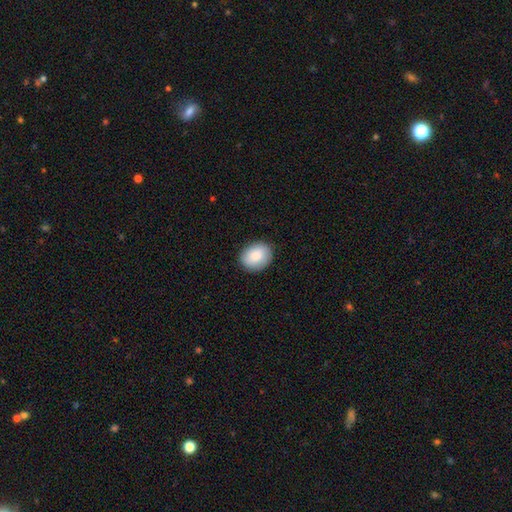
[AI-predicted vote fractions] This is clearly a smooth galaxy (87%). How rounded: possibly in between (51%). Merging: clearly none (87%).